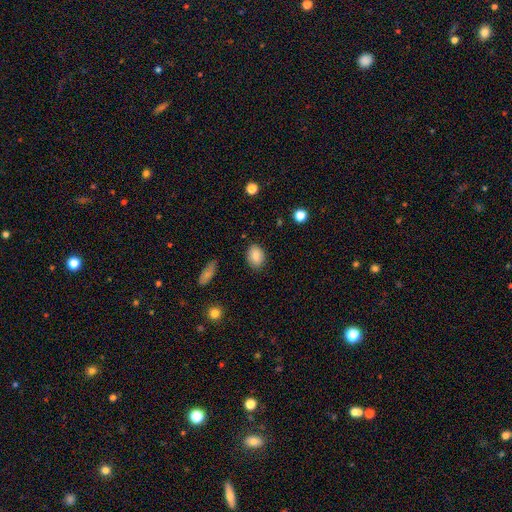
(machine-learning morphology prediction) smooth 84%, featured or disk 8%, star or artifact 8%. Down the decision tree: how rounded — in between (74%); merging — none (85%).